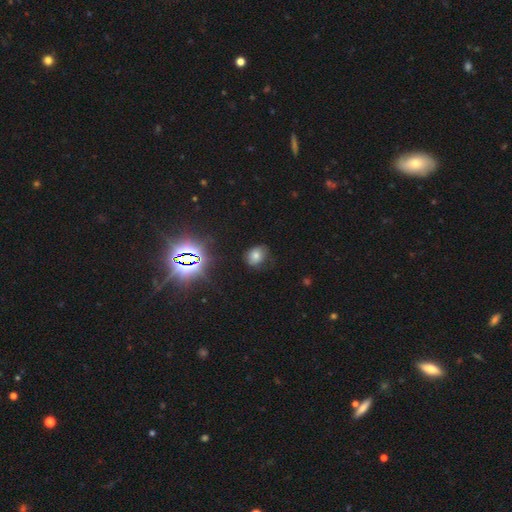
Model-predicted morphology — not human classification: smooth 61%, star or artifact 25%, featured or disk 14%. Down the decision tree: how rounded — in between (50%); merging — none (71%).